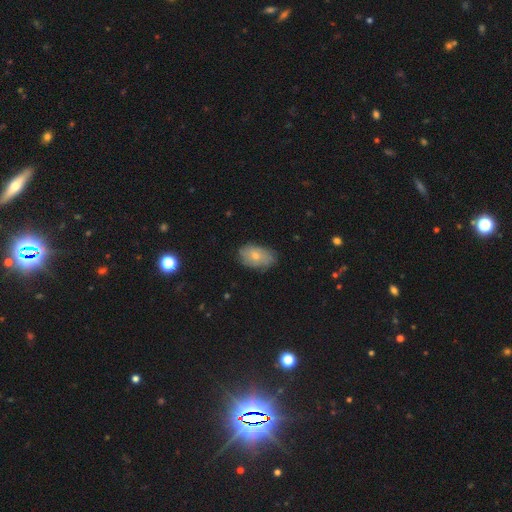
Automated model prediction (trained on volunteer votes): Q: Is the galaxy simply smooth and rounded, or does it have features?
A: smooth — 62%.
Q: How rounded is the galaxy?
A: in between — 90%.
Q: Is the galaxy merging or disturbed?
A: none — 73%.